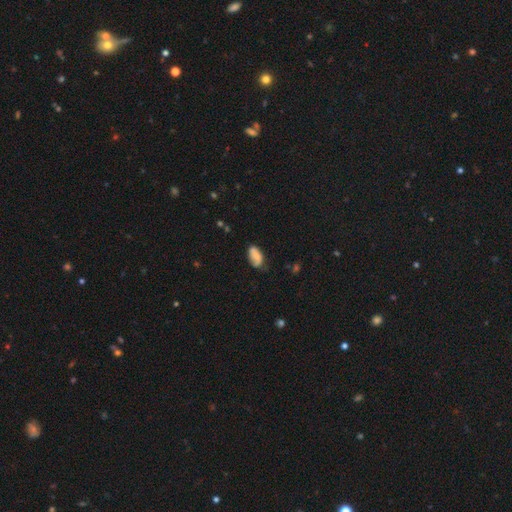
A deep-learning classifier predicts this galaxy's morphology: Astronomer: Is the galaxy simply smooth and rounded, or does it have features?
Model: smooth — 66%.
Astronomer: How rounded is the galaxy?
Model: in between — 92%.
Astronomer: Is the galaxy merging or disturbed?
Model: none — 59%.